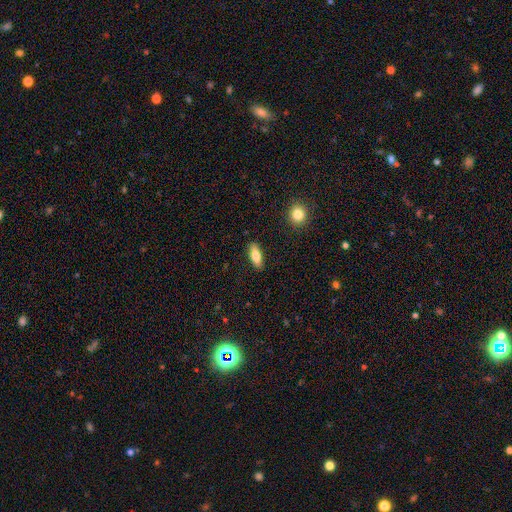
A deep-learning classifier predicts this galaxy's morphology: Overall: smooth (81%). How rounded: in between (72%). Merging: none (88%).